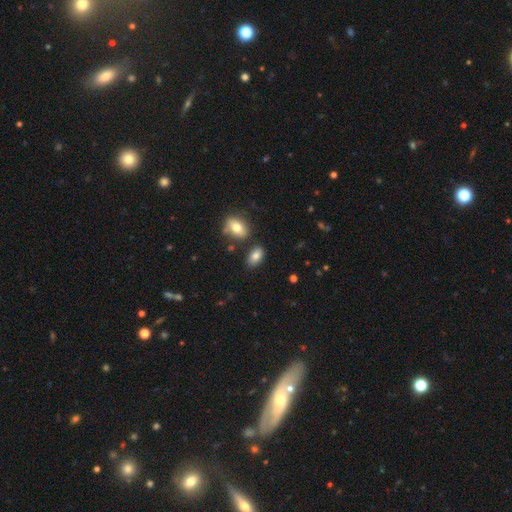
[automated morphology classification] The model was most divided on "merging": none: 77%, minor disturbance: 12%, merger: 8%, major disturbance: 3%. More confident: how rounded — in between (91%); smooth or featured — smooth (82%).